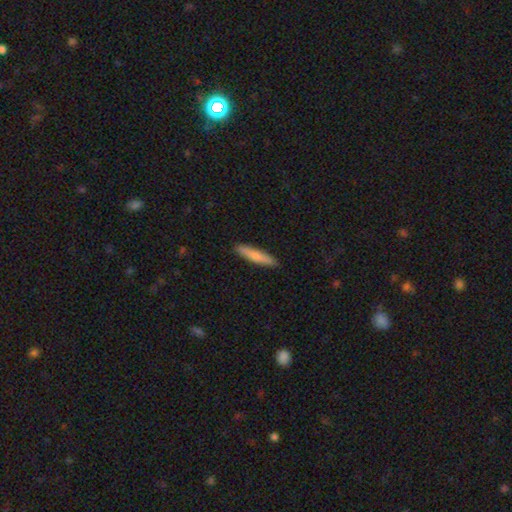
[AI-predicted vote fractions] Morphology: type=smooth (76%); roundness=cigar-shaped (90%); merging=none (90%).